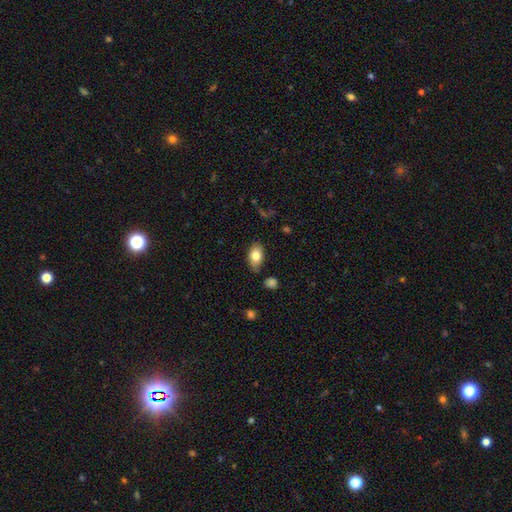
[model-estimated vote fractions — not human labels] smooth 79%, featured or disk 13%, star or artifact 7%. Down the decision tree: how rounded — in between (91%); merging — none (79%).